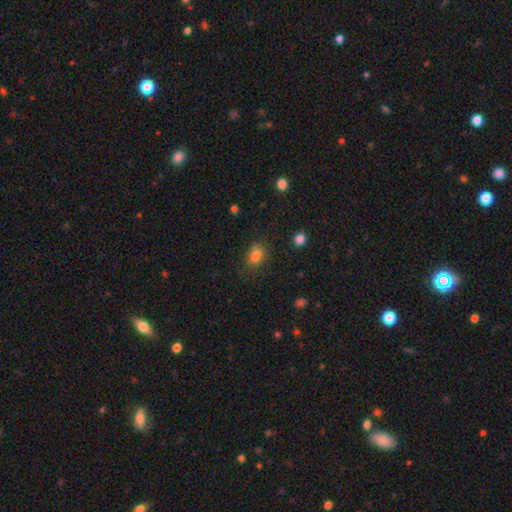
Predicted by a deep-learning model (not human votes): The model was most divided on "merging": none: 61%, minor disturbance: 22%, merger: 9%, major disturbance: 9%. More confident: smooth or featured — smooth (80%); how rounded — in between (69%).